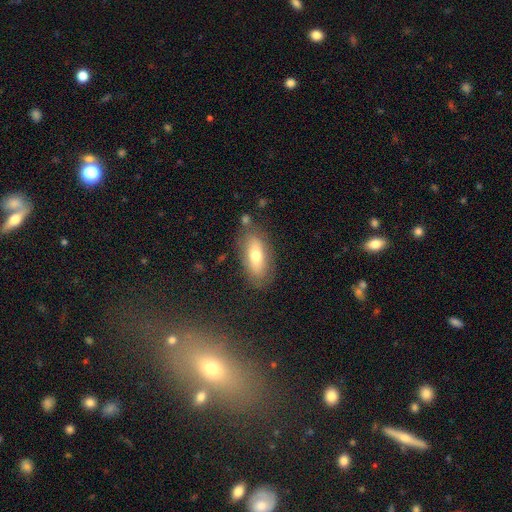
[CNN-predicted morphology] A smooth galaxy with no disk features (67%) that is in between round and cigar-shaped (80%). Merging: none (77%).